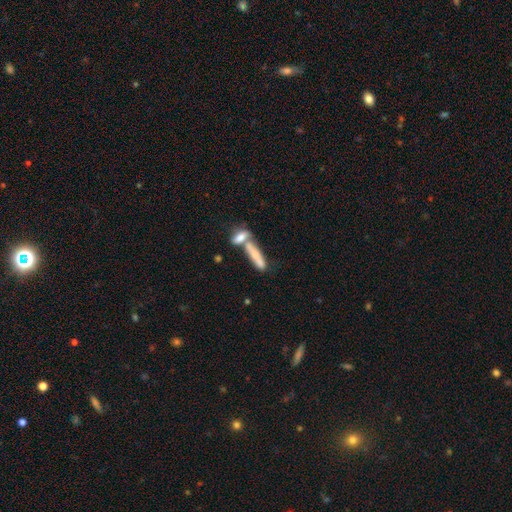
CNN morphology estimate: Smooth or featured?
  - smooth: 68% *
  - featured or disk: 24%
  - star or artifact: 7%
How rounded?
  - cigar-shaped: 65% *
  - in between: 33%
  - round: 3%
Merging?
  - merger: 55% *
  - none: 29%
  - minor disturbance: 10%
  - major disturbance: 6%